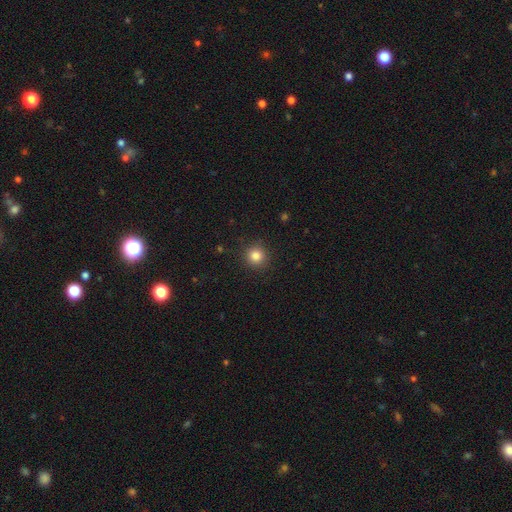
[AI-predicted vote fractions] This appears to be a smooth galaxy with no disk features (83%) that is round (94%). Merging: none (91%).